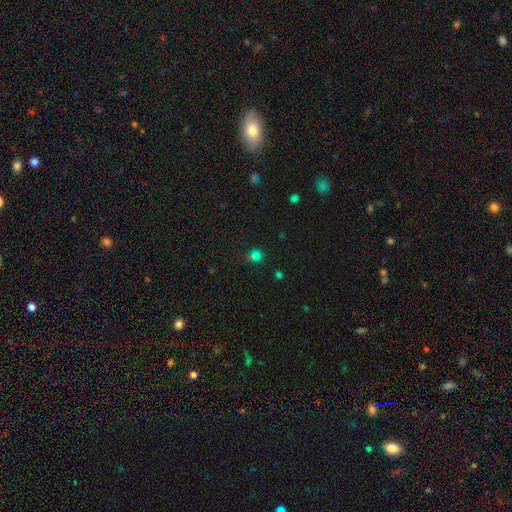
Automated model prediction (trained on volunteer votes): The model was most divided on "smooth or featured": smooth: 59%, star or artifact: 34%, featured or disk: 8%. More confident: how rounded — round (84%); merging — none (70%).